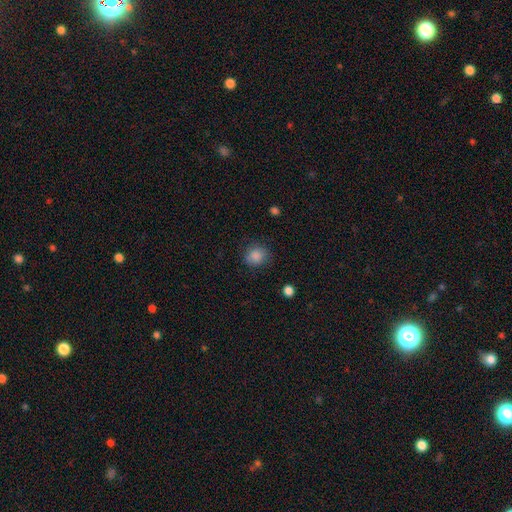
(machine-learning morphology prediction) A smooth galaxy with no disk features (86%) that is round (83%). Merging: none (81%).